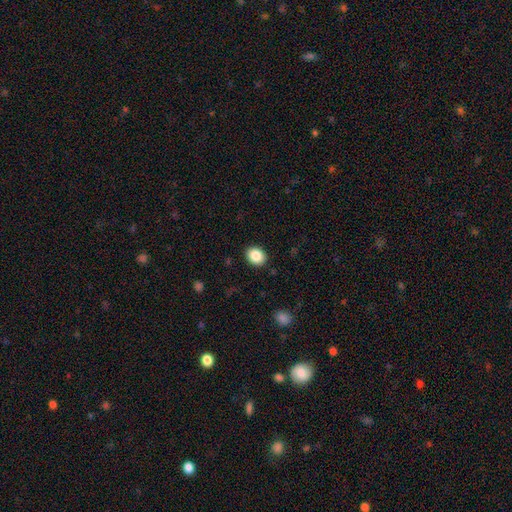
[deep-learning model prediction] smooth 87%, star or artifact 8%, featured or disk 4%. Down the decision tree: how rounded — in between (52%); merging — none (90%).